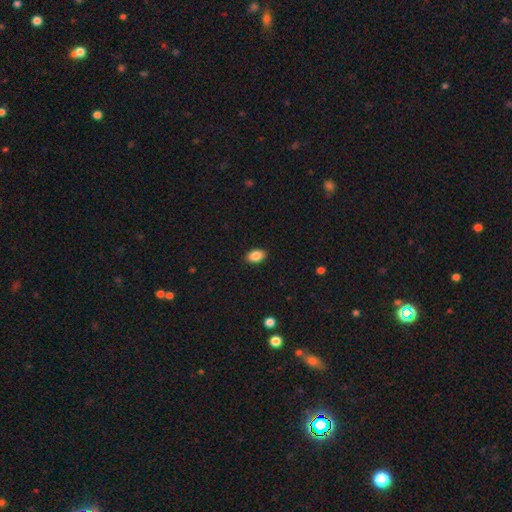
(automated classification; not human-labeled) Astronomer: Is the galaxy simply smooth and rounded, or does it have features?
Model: smooth — 87%.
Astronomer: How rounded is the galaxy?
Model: in between — 87%.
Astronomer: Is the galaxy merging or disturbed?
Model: none — 90%.